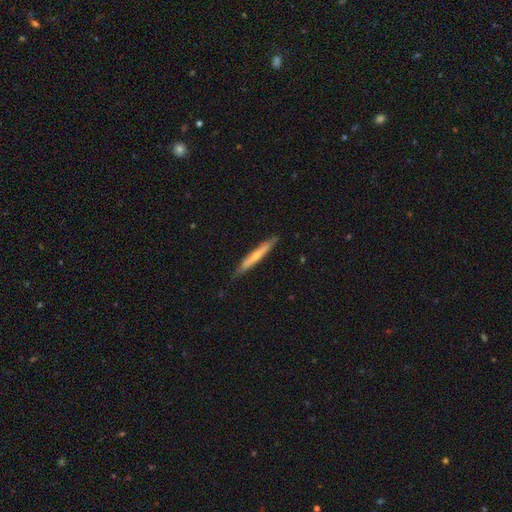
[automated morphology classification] The model was most divided on "smooth or featured": smooth: 49%, featured or disk: 46%, star or artifact: 6%. More confident: merging — none (84%).